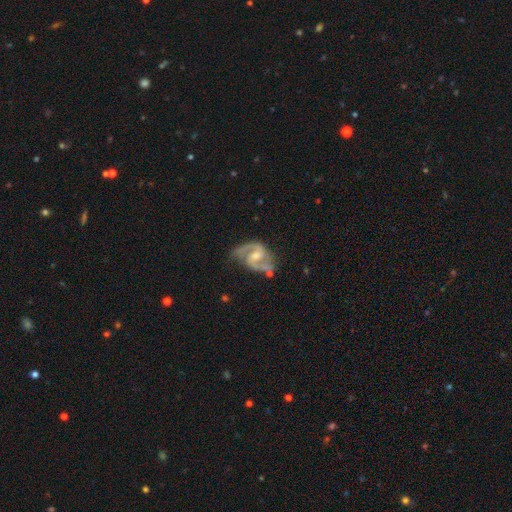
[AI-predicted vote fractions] This appears to be a featured or disk galaxy (89%) with a weak bar (57%), 2 (91%) medium (60%) spiral arms (97%) and a moderate central bulge (49%). Merging: none (64%).